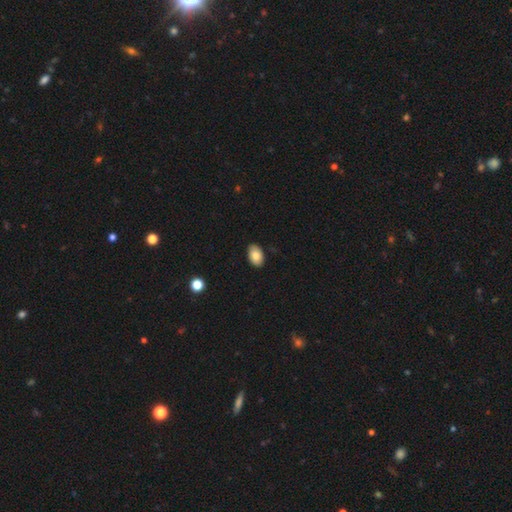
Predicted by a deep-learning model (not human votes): This appears to be a smooth galaxy with no disk features (84%) that is in between round and cigar-shaped (91%). Merging: none (88%).